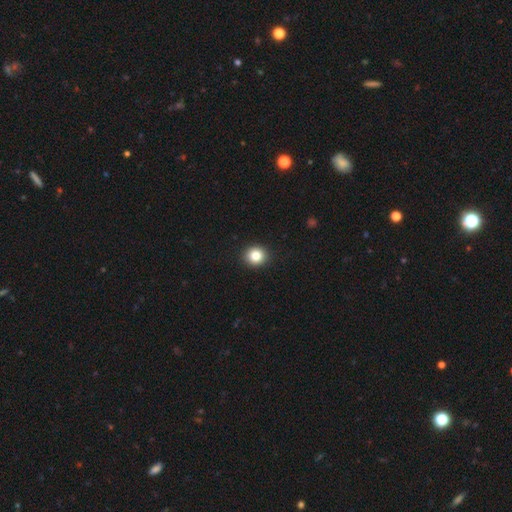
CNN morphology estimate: smooth 84%, star or artifact 10%, featured or disk 6%. Down the decision tree: how rounded — round (83%); merging — none (92%).